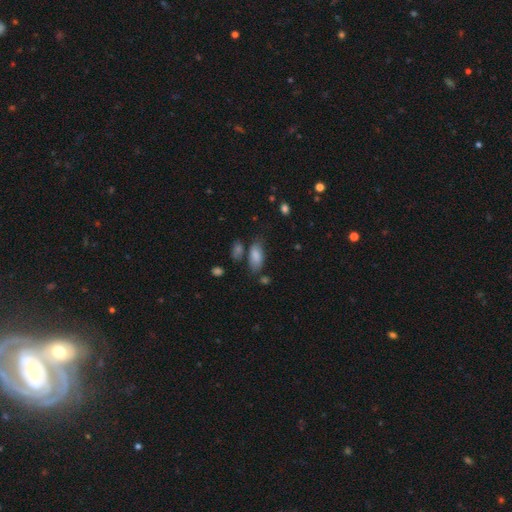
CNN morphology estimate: This appears to be a smooth galaxy with no disk features (82%) that is in between round and cigar-shaped (87%). Merging: none (60%).